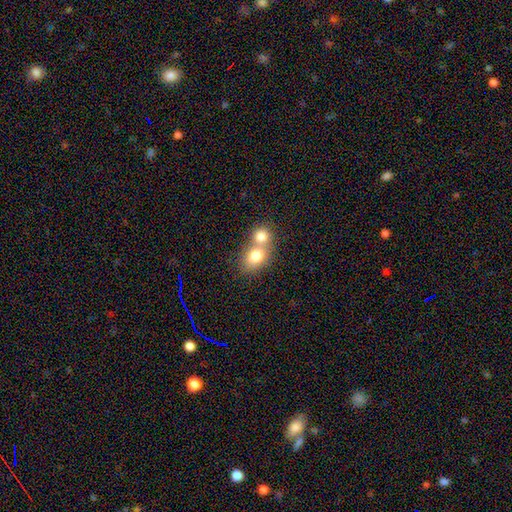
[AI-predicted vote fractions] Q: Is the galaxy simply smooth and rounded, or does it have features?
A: smooth — 76%.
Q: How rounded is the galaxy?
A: in between — 50%.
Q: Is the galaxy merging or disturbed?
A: merger — 67%.